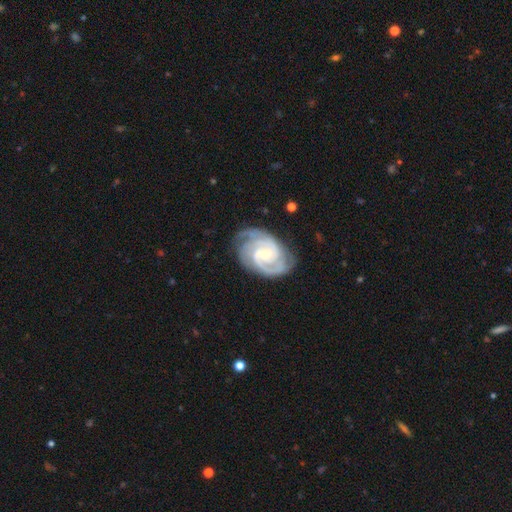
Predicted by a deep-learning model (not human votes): This appears to be a featured or disk galaxy (92%) with a weak bar (49%), 2 (50%) tight (59%) spiral arms (98%) and a small central bulge (64%). Merging: none (73%).